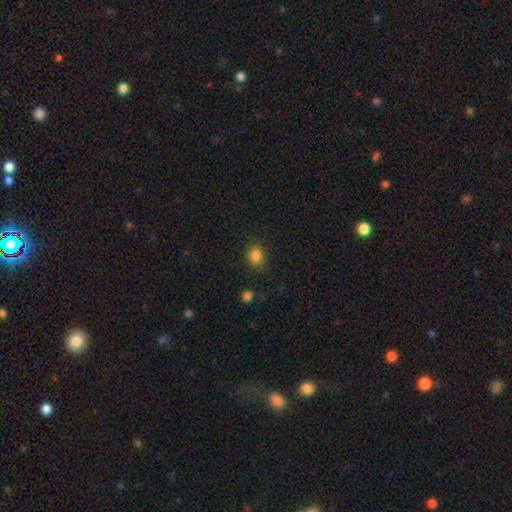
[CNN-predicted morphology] smooth 84%, star or artifact 11%, featured or disk 5%. Down the decision tree: how rounded — in between (57%); merging — none (86%).